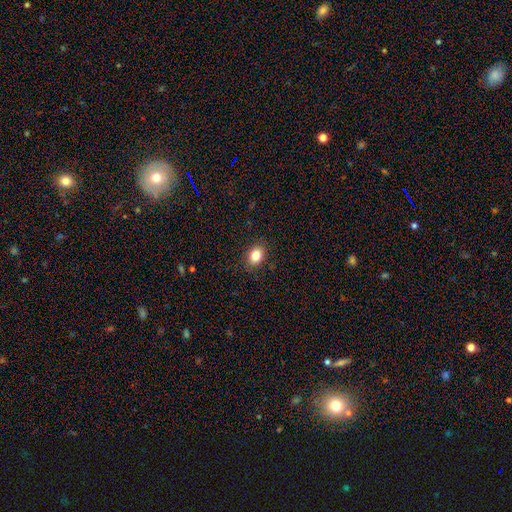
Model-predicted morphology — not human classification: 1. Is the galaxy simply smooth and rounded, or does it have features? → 83% smooth, 10% star or artifact, 7% featured or disk.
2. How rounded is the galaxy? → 70% in between, 29% round, 1% cigar-shaped.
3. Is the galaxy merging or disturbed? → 88% none, 9% minor disturbance, 2% major disturbance, 1% merger.